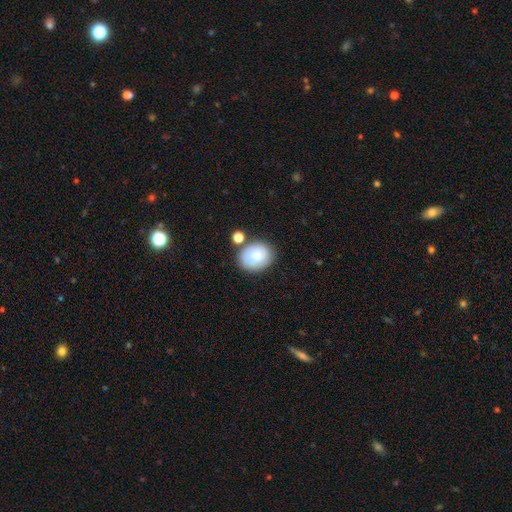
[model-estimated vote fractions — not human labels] A smooth galaxy with no disk features (78%) that is round (56%).

Vote fractions:
- Smooth or featured? smooth: 78% / featured or disk: 14% / star or artifact: 8%
- How rounded? round: 56% / in between: 43% / cigar-shaped: 1%
- Merging? none: 66% / minor disturbance: 17% / merger: 11% / major disturbance: 5%